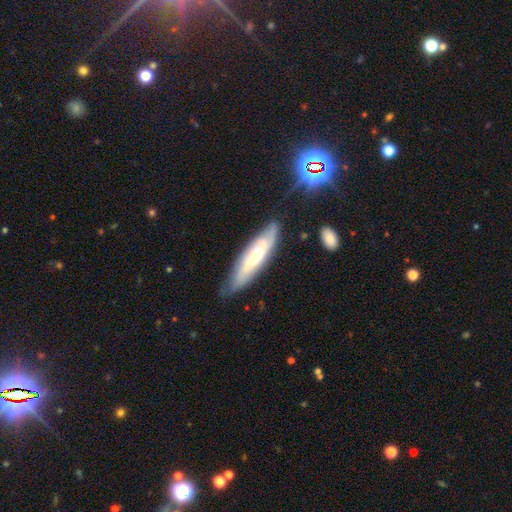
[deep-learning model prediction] A featured or disk galaxy (57%). Merging: none (73%).